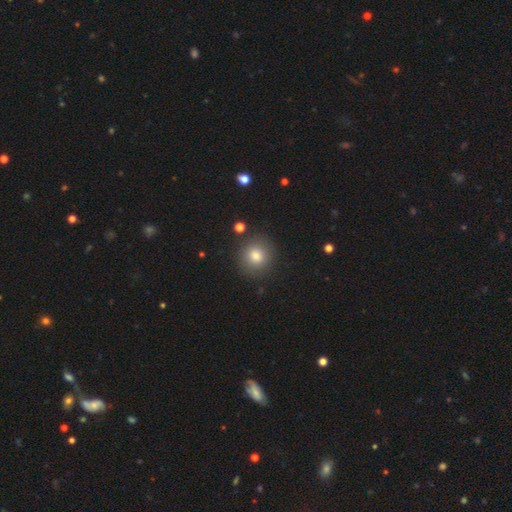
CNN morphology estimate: Smooth or featured? Predicted: smooth (p=0.81). How rounded? Predicted: round (p=0.88). Merging? Predicted: none (p=0.88).